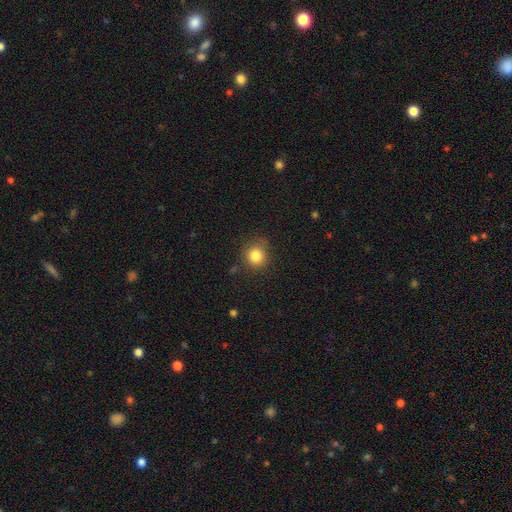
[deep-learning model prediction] This is clearly a smooth galaxy (83%). How rounded: clearly round (88%). Merging: clearly none (80%).